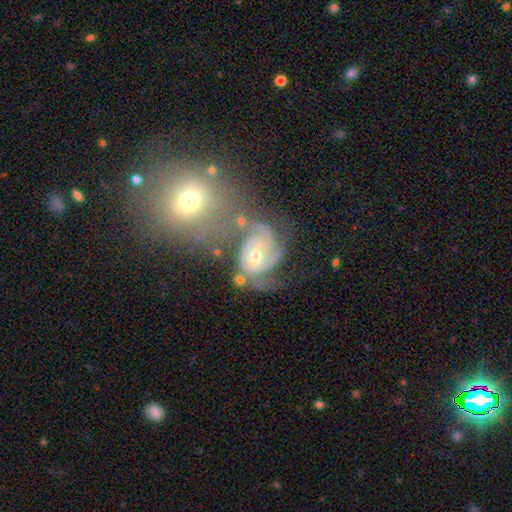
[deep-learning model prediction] This appears to be a featured or disk galaxy (84%) with a weak bar (44%), 2 (34%, tied with 3) tight (57%) spiral arms (96%) and a moderate central bulge (50%). Merging: none (40%).